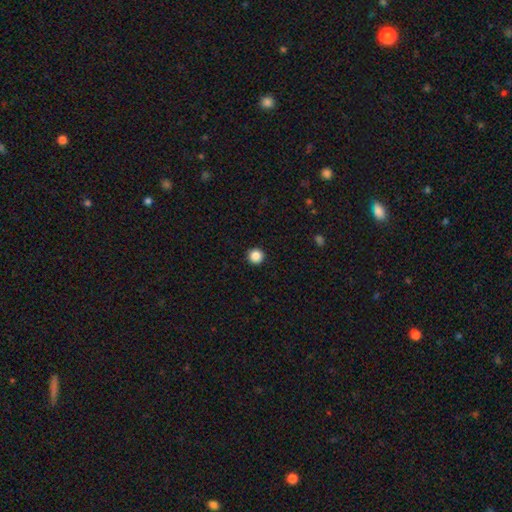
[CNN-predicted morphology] Overall: smooth (87%). How rounded: round (97%). Merging: none (94%).